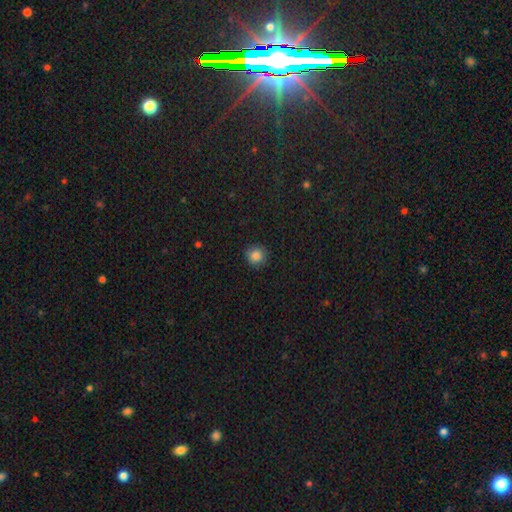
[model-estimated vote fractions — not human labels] Morphology: type=smooth (85%); roundness=round (92%); merging=none (89%).